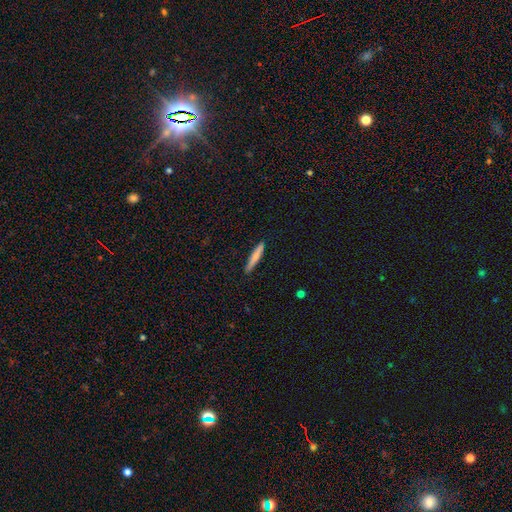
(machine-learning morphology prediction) Smooth or featured?
  - smooth: 76% *
  - featured or disk: 19%
  - star or artifact: 6%
How rounded?
  - cigar-shaped: 93% *
  - in between: 5%
  - round: 1%
Merging?
  - none: 89% *
  - minor disturbance: 8%
  - major disturbance: 2%
  - merger: 1%